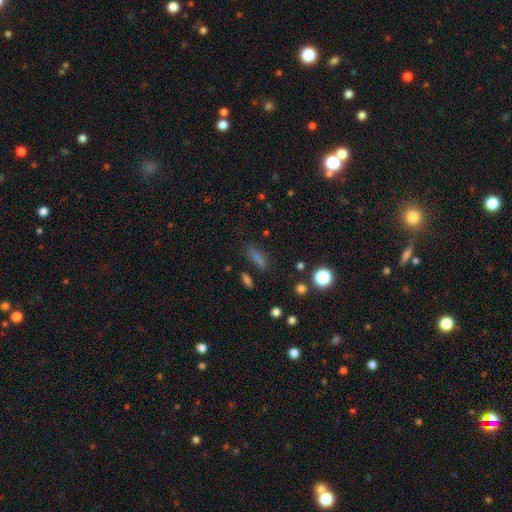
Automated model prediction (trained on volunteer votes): This appears to be a smooth galaxy with no disk features (61%) that is in between round and cigar-shaped (51%). Merging: none (75%).